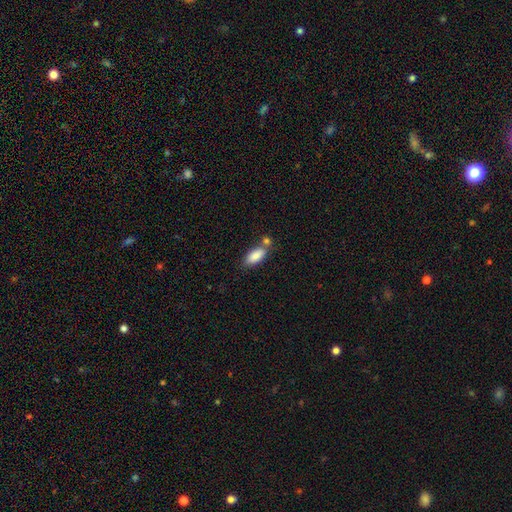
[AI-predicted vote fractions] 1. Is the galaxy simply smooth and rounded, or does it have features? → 87% smooth, 7% star or artifact, 7% featured or disk.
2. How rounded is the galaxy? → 84% in between, 14% cigar-shaped, 2% round.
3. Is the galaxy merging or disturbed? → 57% none, 24% merger, 15% minor disturbance, 4% major disturbance.